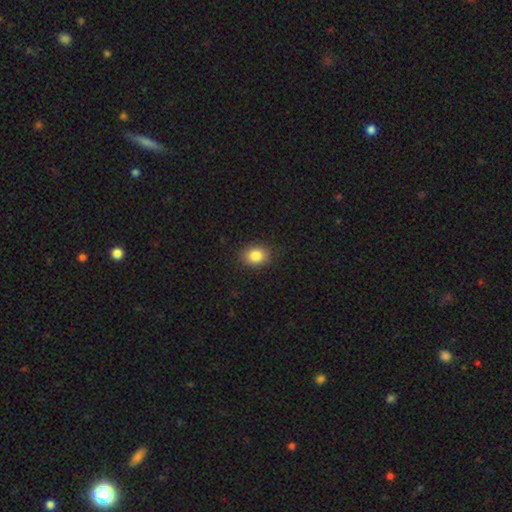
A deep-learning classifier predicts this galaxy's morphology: Smooth or featured? smooth (85%)
How rounded? in between (55%)
Merging? none (86%)